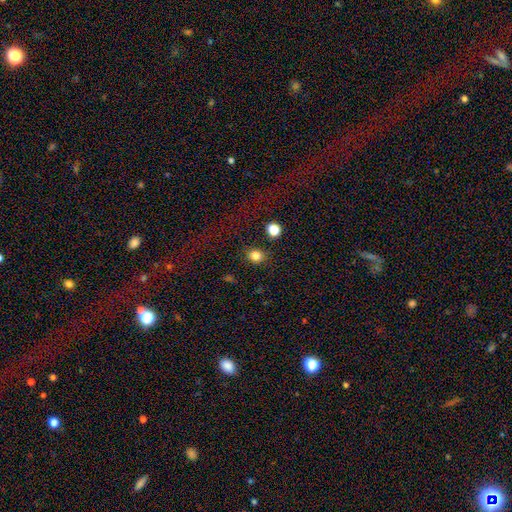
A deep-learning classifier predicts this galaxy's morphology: A smooth galaxy with no disk features (82%) that is round (70%). Merging: none (84%).